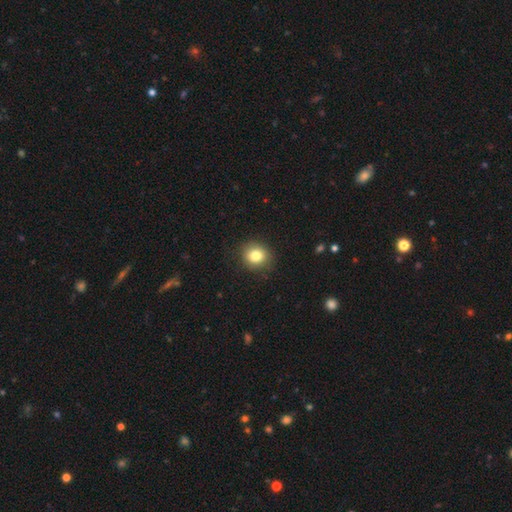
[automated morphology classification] This is clearly a smooth galaxy (82%). How rounded: likely round (79%). Merging: clearly none (87%).